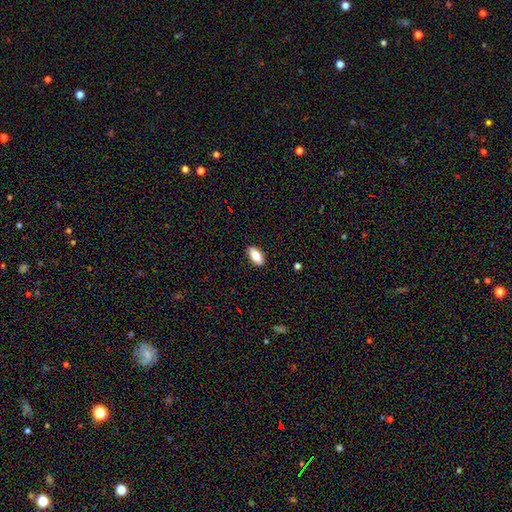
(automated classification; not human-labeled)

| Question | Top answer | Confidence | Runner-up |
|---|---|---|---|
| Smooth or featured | smooth | 81% | featured or disk (12%) |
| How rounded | in between | 86% | cigar-shaped (11%) |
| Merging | none | 89% | minor disturbance (8%) |